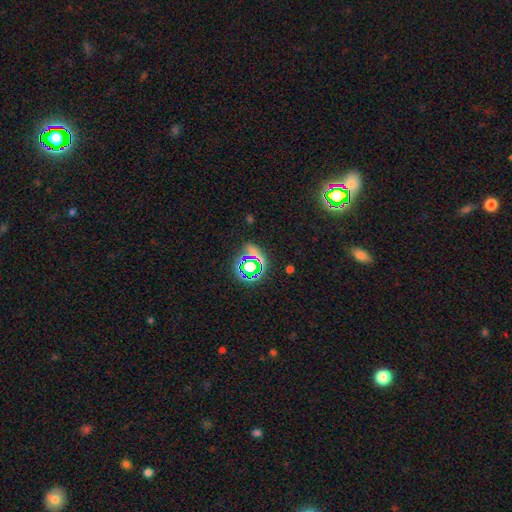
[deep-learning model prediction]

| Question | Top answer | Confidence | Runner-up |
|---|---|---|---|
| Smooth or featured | star or artifact | 57% | smooth (32%) |